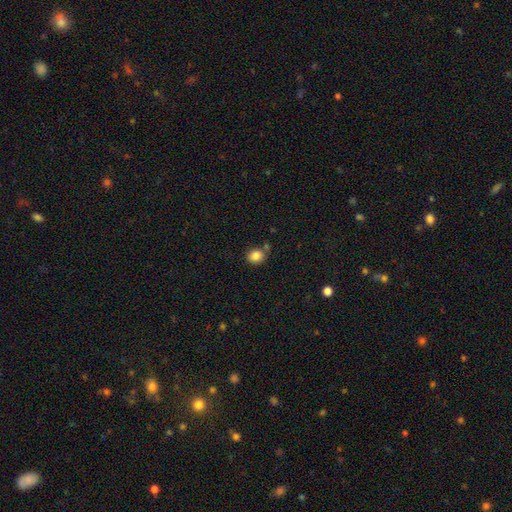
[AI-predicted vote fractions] smooth_or_featured: smooth (p=0.84) [alt: star or artifact p=0.10]
how_rounded: round (p=0.69) [alt: in between p=0.30]
merging: none (p=0.73) [alt: minor disturbance p=0.14]